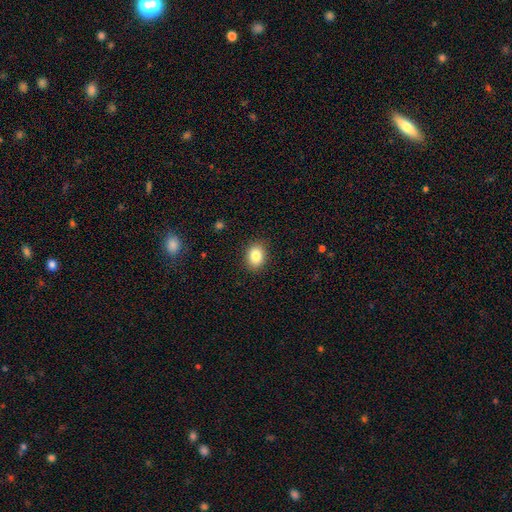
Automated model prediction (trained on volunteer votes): The model was most divided on "how rounded": in between: 59%, round: 40%, cigar-shaped: 1%. More confident: merging — none (89%); smooth or featured — smooth (85%).